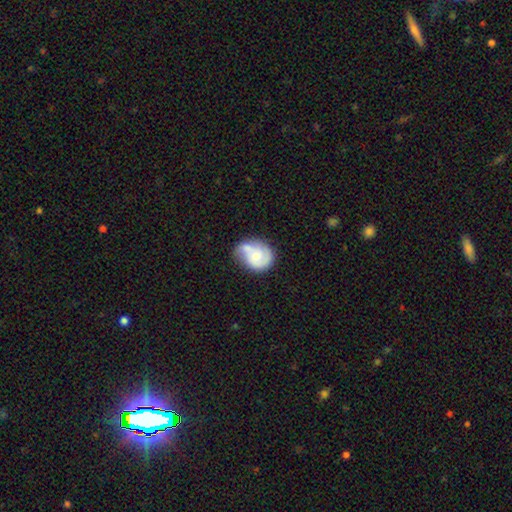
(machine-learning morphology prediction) type=featured or disk (57%); edge-on=no (98%); bar=no (69%); spiral arms=yes (83%); bulge=moderate (45%); merging=none (42%).